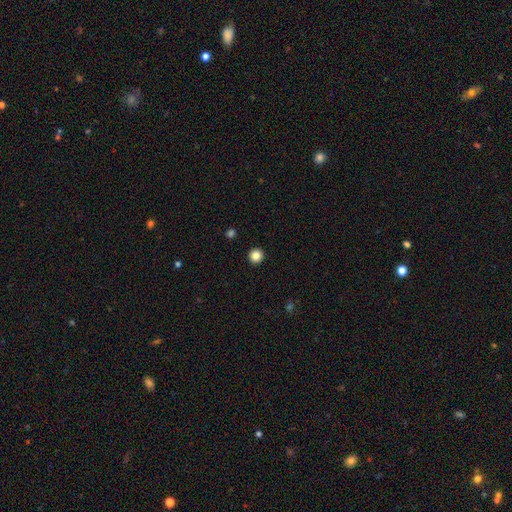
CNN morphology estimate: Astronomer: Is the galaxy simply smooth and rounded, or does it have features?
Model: smooth — 85%.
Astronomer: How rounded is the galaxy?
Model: round — 96%.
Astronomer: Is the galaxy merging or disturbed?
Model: none — 94%.